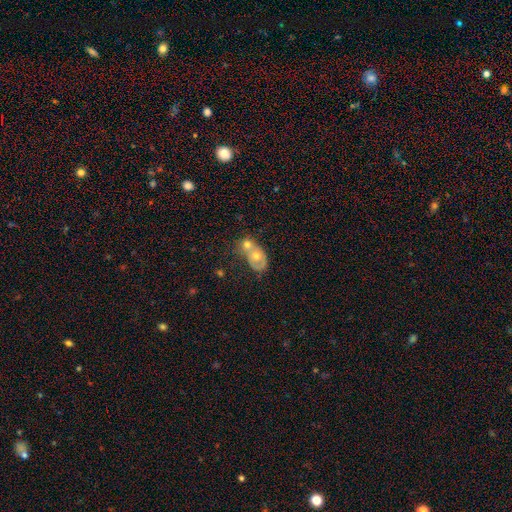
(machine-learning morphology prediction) The model was most divided on "smooth or featured": featured or disk: 47%, smooth: 43%, star or artifact: 10%. More confident: merging — merger (59%).